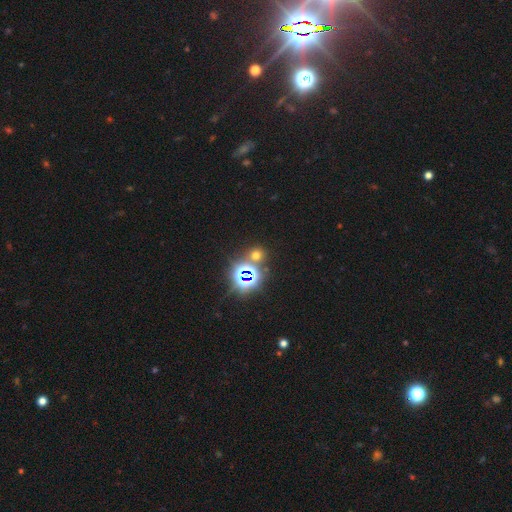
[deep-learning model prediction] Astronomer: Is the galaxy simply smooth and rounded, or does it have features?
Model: star or artifact — 49% (runner-up: smooth, 44%).